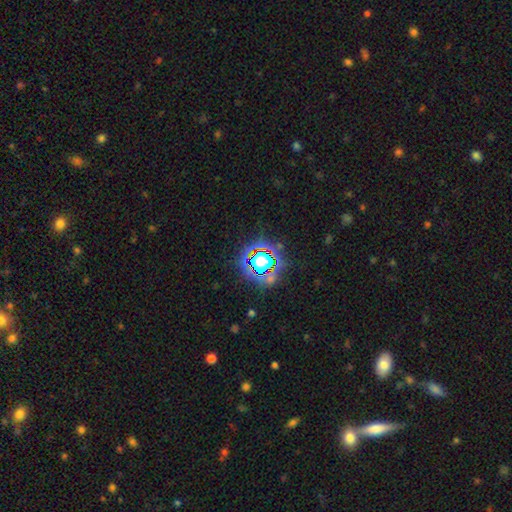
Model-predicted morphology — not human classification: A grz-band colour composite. It shows a star or artifact, not a galaxy (73%).